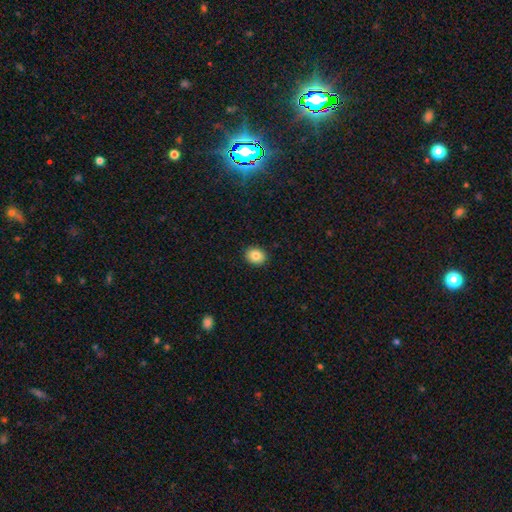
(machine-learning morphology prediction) type=smooth (85%); roundness=round (57%); merging=none (91%).